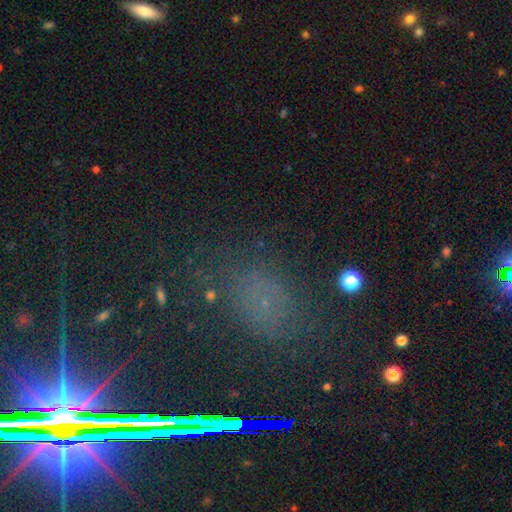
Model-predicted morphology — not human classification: A star or artifact, not a galaxy (46%).